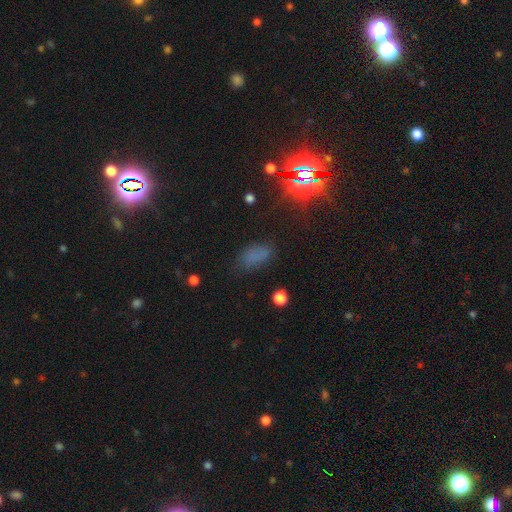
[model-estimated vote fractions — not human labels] Smooth or featured? smooth (64%)
How rounded? in between (87%)
Merging? none (69%)